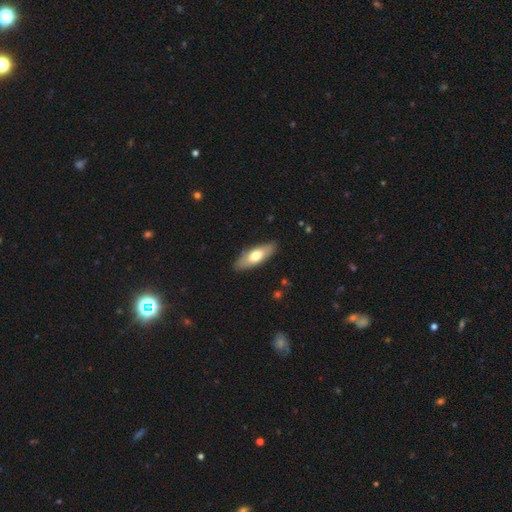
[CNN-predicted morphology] smooth 64%, featured or disk 31%, star or artifact 5%. Down the decision tree: how rounded — in between (65%); merging — none (87%).